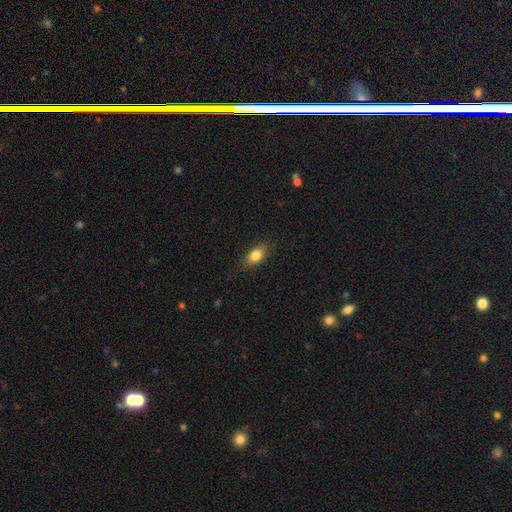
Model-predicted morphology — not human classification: Q: Smooth or featured?
A: smooth (83%); runner-up: featured or disk (10%)
Q: How rounded?
A: in between (84%); runner-up: round (10%)
Q: Merging?
A: none (82%); runner-up: minor disturbance (14%)